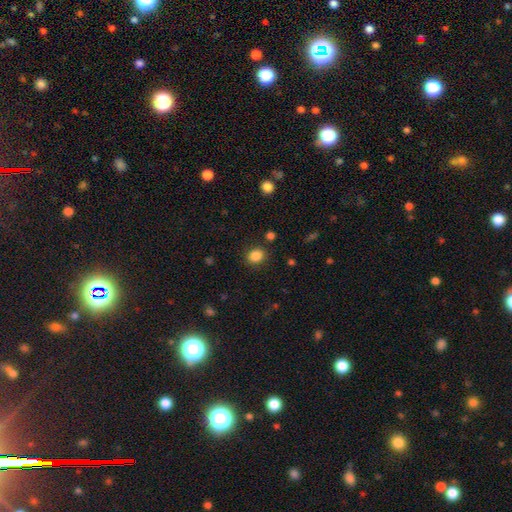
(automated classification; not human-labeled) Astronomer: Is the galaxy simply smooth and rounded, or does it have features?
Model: smooth — 85%.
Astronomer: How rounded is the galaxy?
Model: round — 74%.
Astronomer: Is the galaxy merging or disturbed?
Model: none — 86%.